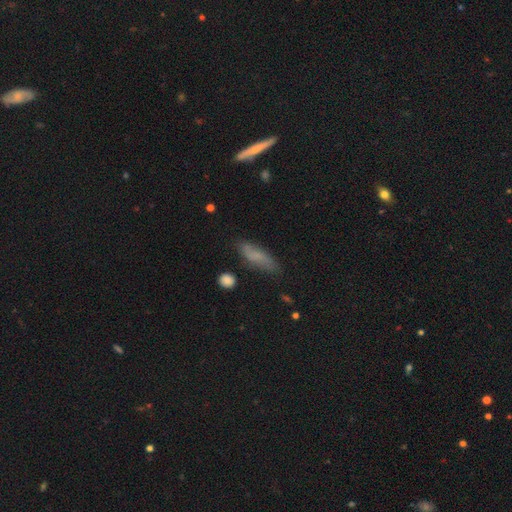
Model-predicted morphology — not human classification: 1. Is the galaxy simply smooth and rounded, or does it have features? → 68% smooth, 23% featured or disk, 9% star or artifact.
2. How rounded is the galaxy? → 53% cigar-shaped, 44% in between, 3% round.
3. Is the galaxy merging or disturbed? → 73% none, 20% minor disturbance, 5% major disturbance, 3% merger.